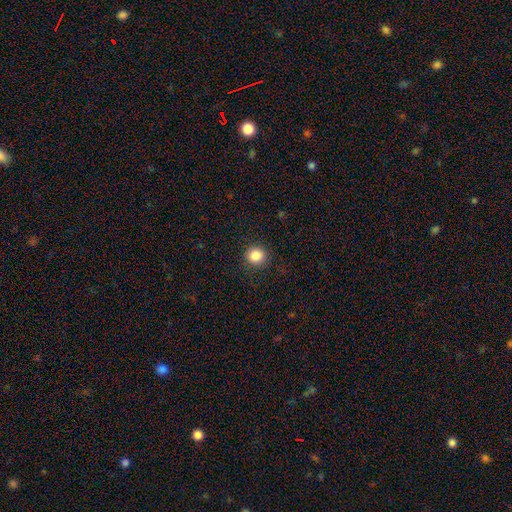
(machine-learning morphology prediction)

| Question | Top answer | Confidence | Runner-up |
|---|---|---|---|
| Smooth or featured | smooth | 86% | star or artifact (10%) |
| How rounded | round | 87% | in between (12%) |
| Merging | none | 90% | minor disturbance (7%) |